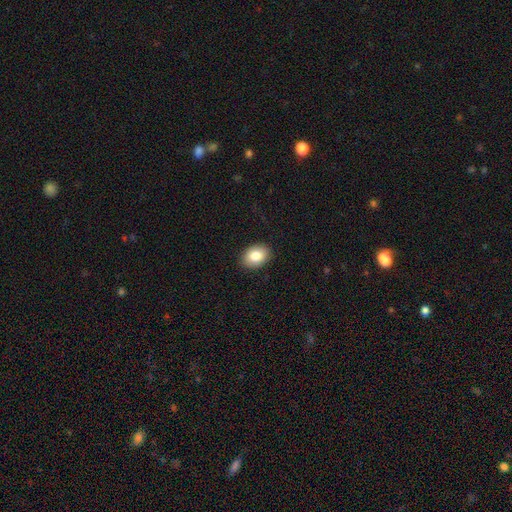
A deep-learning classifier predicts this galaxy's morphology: A smooth galaxy with no disk features (84%) that is in between round and cigar-shaped (78%).

Vote fractions:
- Smooth or featured? smooth: 84% / featured or disk: 8% / star or artifact: 7%
- How rounded? in between: 78% / round: 21% / cigar-shaped: 1%
- Merging? none: 89% / minor disturbance: 8% / major disturbance: 2% / merger: 1%